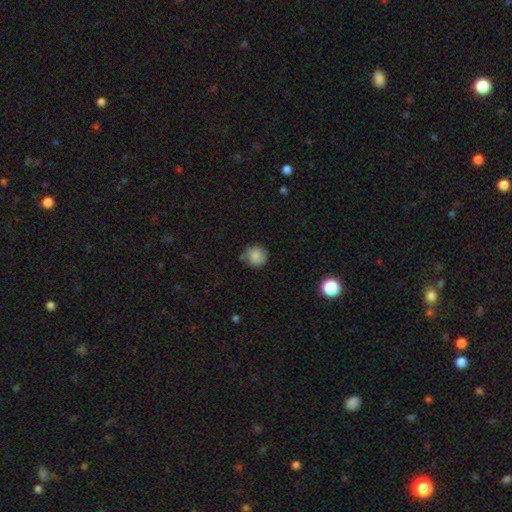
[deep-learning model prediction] A smooth galaxy with no disk features (86%) that is round (93%). Merging: none (80%).